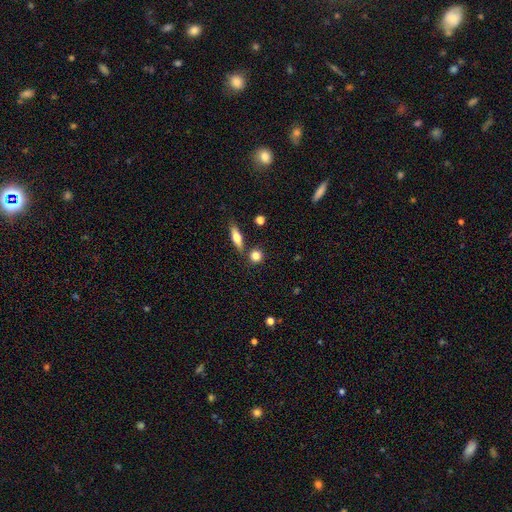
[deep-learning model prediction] A smooth galaxy with no disk features (80%) that is round (80%). Merging: none (75%).